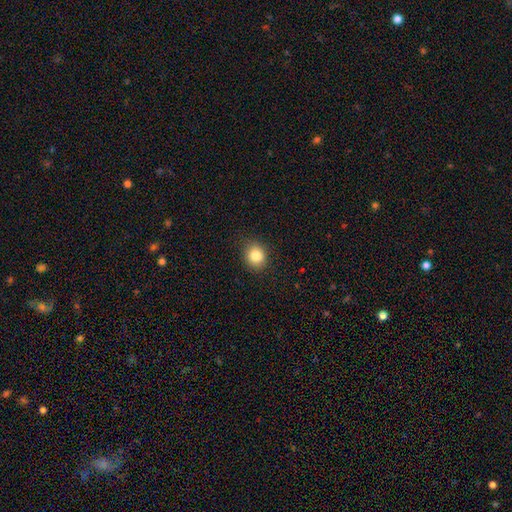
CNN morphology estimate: Smooth or featured? Predicted: smooth (p=0.84). How rounded? Predicted: round (p=0.70). Merging? Predicted: none (p=0.86).